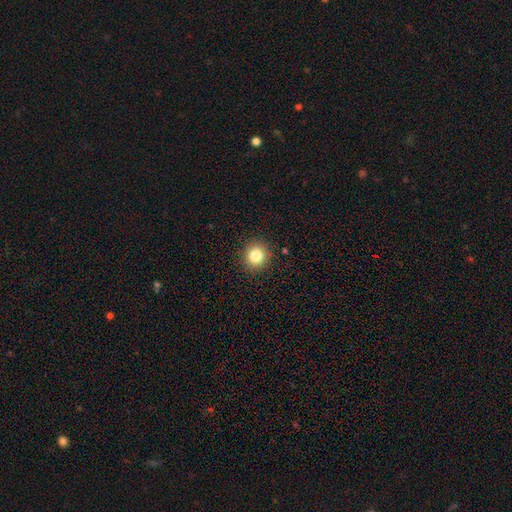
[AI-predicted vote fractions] A smooth galaxy with no disk features (82%) that is round (89%). Merging: none (90%).